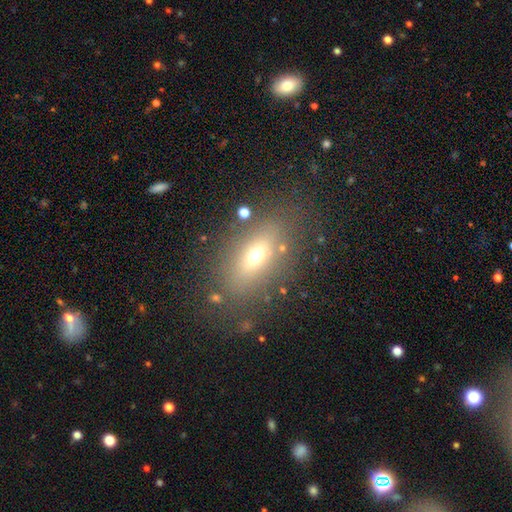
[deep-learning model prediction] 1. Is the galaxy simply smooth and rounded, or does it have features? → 60% smooth, 23% featured or disk, 16% star or artifact.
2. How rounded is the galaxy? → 74% in between, 14% round, 12% cigar-shaped.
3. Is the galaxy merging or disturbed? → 77% none, 12% minor disturbance, 7% major disturbance, 4% merger.